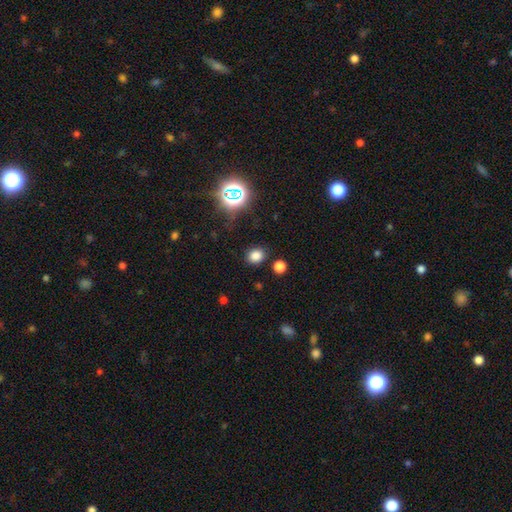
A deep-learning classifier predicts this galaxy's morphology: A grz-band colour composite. It shows a smooth galaxy with no disk features (79%) that is round (64%). Merging: none (85%).